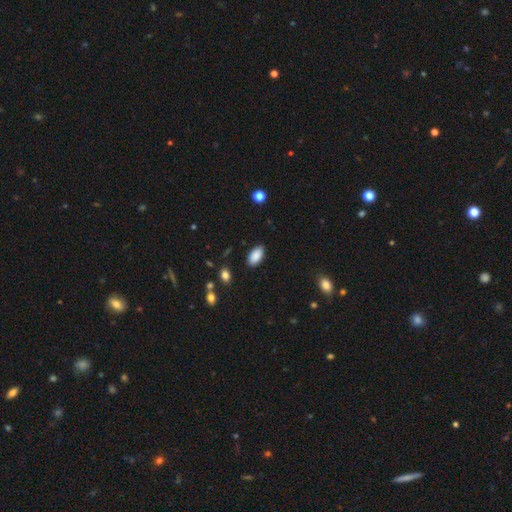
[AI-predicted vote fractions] Q: Smooth or featured?
A: smooth (89%); runner-up: star or artifact (7%)
Q: How rounded?
A: in between (94%); runner-up: cigar-shaped (3%)
Q: Merging?
A: none (87%); runner-up: minor disturbance (9%)